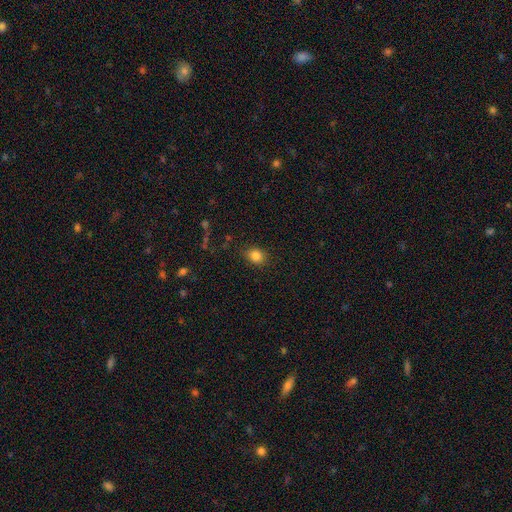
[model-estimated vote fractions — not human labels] A smooth galaxy with no disk features (84%) that is round (57%). Merging: none (83%).